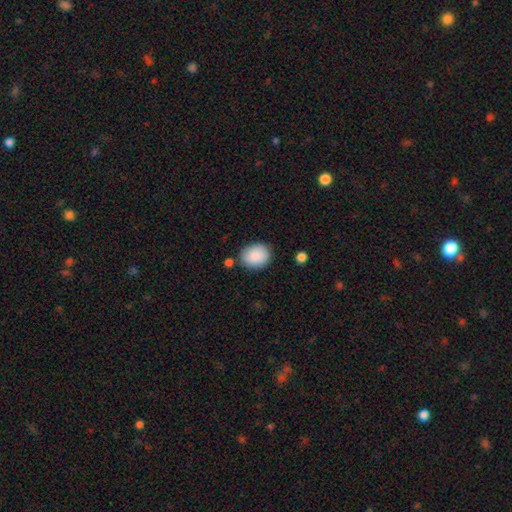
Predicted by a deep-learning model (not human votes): The model was most divided on "how rounded": in between: 51%, round: 48%, cigar-shaped: 1%. More confident: smooth or featured — smooth (89%); merging — none (80%).